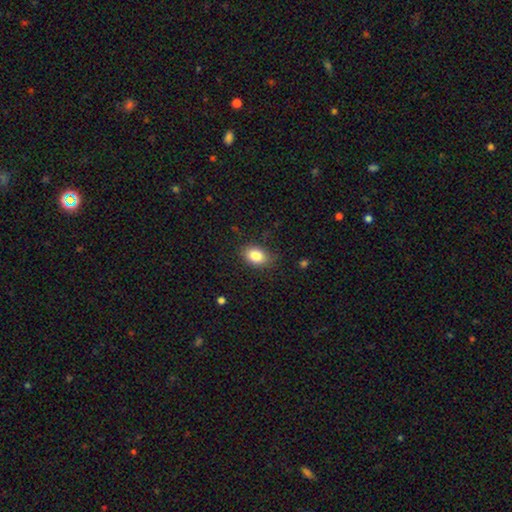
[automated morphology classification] Smooth or featured?
  - smooth: 84% *
  - star or artifact: 9%
  - featured or disk: 8%
How rounded?
  - in between: 79% *
  - round: 20%
  - cigar-shaped: 1%
Merging?
  - none: 81% *
  - minor disturbance: 15%
  - major disturbance: 3%
  - merger: 1%